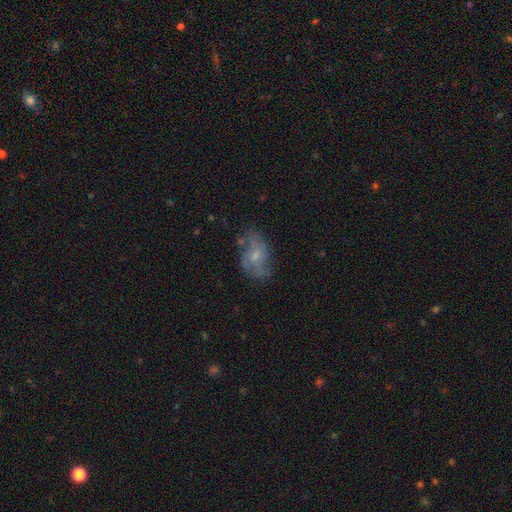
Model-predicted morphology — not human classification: Smooth or featured? featured or disk (59%)
Edge-on disk? no (96%)
Bar? no (67%)
Spiral arms? yes (71%)
Bulge size? small (51%)
Merging? none (59%)